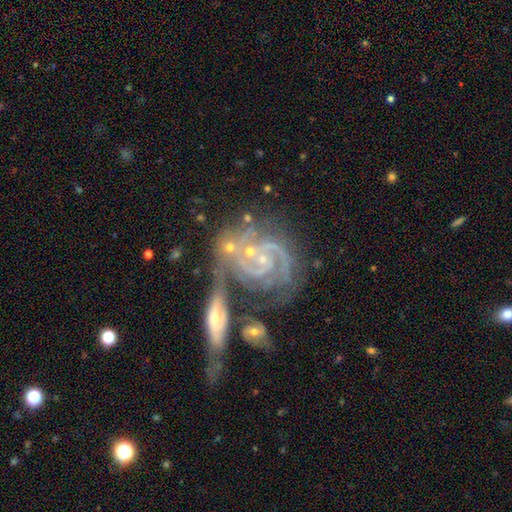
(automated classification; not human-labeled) Q: Smooth or featured?
A: featured or disk (90%); runner-up: star or artifact (5%)
Q: Edge-on disk?
A: no (96%); runner-up: yes (4%)
Q: Bar?
A: no (61%); runner-up: weak (28%)
Q: Spiral arms?
A: yes (97%); runner-up: no (3%)
Q: Spiral winding?
A: tight (64%); runner-up: medium (30%)
Q: Spiral arm count?
A: 2 (55%); runner-up: 3 (20%)
Q: Bulge size?
A: small (76%); runner-up: moderate (17%)
Q: Merging?
A: none (38%); runner-up: merger (35%)